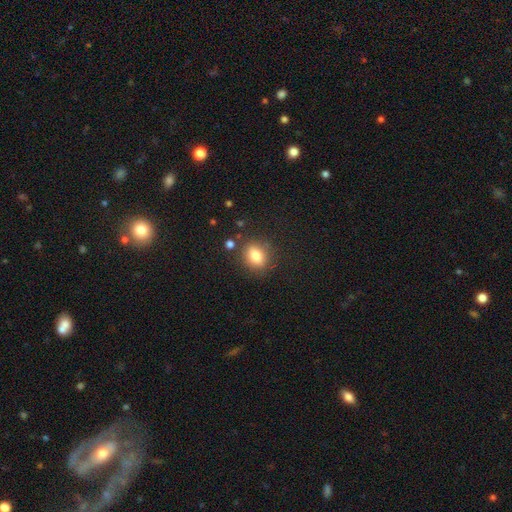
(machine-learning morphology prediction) Smooth or featured: smooth — 82% (star or artifact — 10%)
How rounded: in between — 55% (round — 44%)
Merging: none — 82% (minor disturbance — 12%)